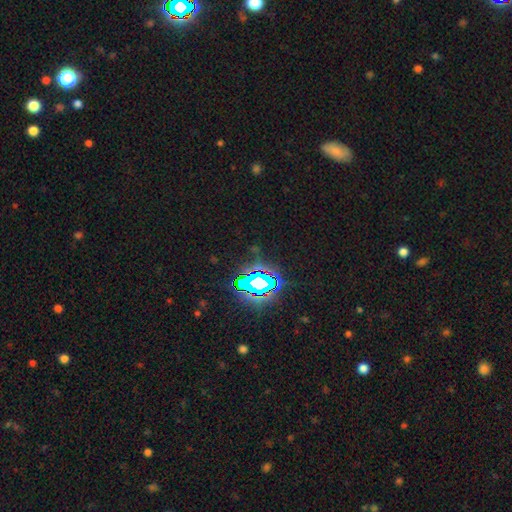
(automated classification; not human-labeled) Smooth or featured: star or artifact — 79% (smooth — 13%)